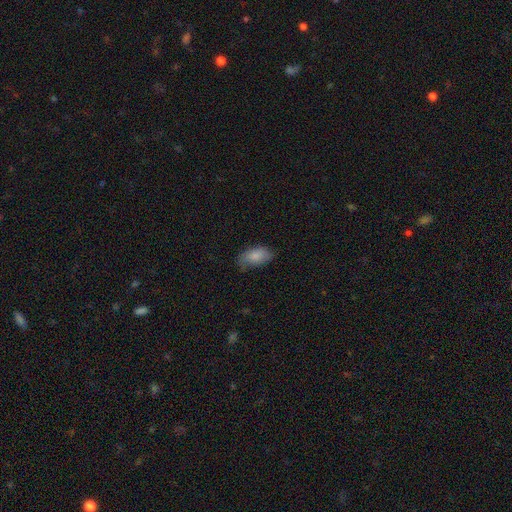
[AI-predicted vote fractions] Overall: smooth (85%). How rounded: in between (93%). Merging: none (67%).